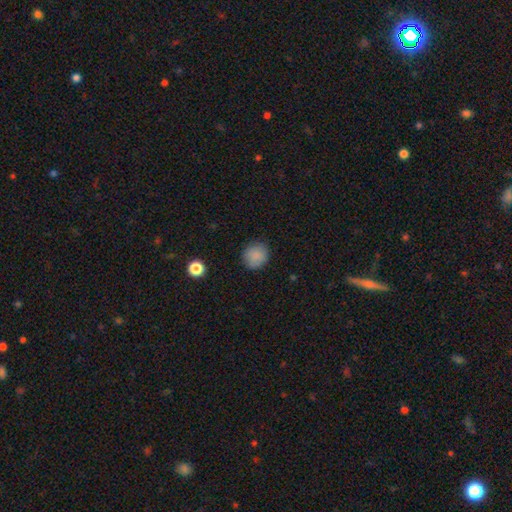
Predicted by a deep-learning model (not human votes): The model was most divided on "smooth or featured": smooth: 87%, star or artifact: 9%, featured or disk: 4%. More confident: how rounded — round (88%); merging — none (87%).